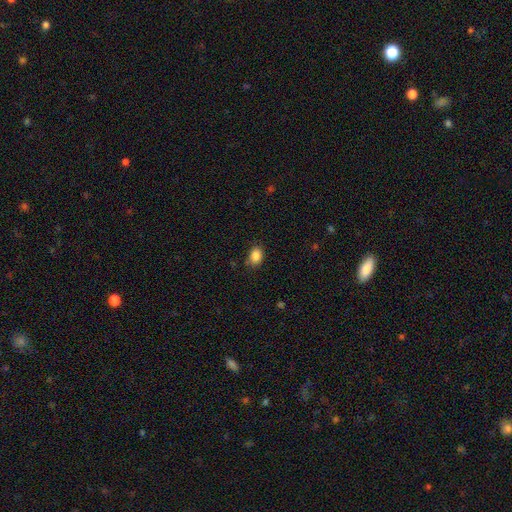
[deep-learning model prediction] The model was most divided on "how rounded": in between: 70%, round: 29%, cigar-shaped: 1%. More confident: smooth or featured — smooth (86%); merging — none (81%).